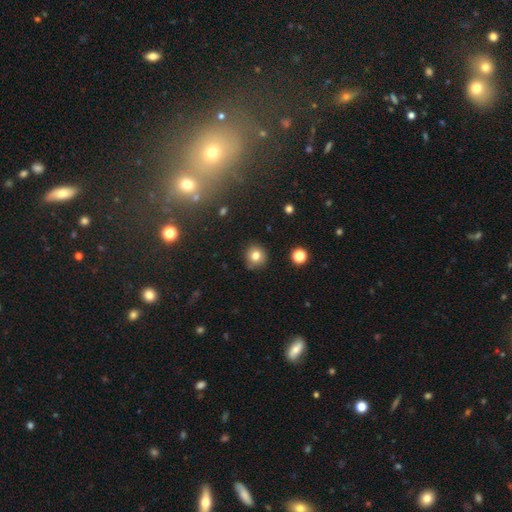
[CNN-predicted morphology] smooth_or_featured: smooth (p=0.80) [alt: star or artifact p=0.12]
how_rounded: round (p=0.88) [alt: in between p=0.11]
merging: none (p=0.86) [alt: minor disturbance p=0.10]